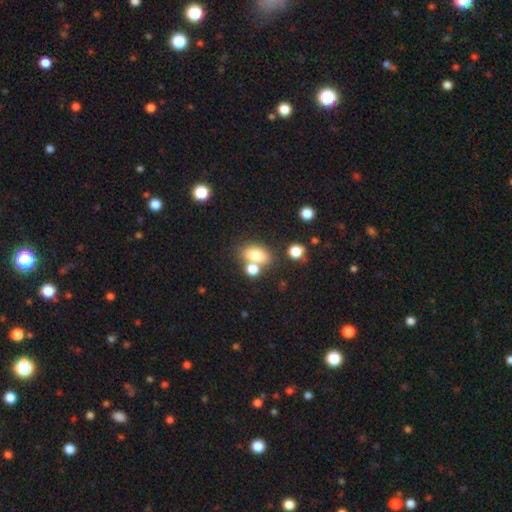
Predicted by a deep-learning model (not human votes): A smooth galaxy with no disk features (77%) that is in between round and cigar-shaped (80%).

Vote fractions:
- Smooth or featured? smooth: 77% / star or artifact: 12% / featured or disk: 11%
- How rounded? in between: 80% / round: 18% / cigar-shaped: 3%
- Merging? none: 56% / merger: 27% / minor disturbance: 12% / major disturbance: 5%